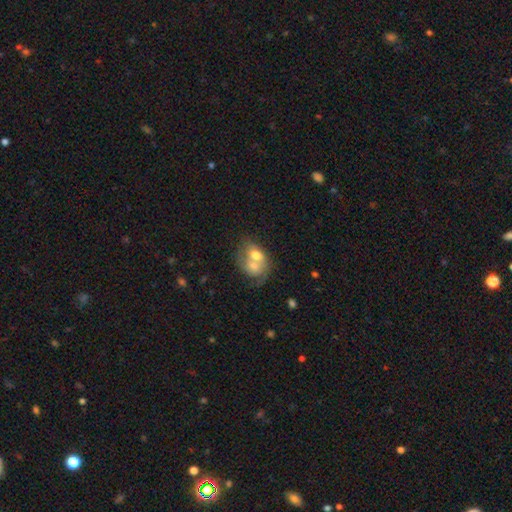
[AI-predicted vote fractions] A smooth galaxy with no disk features (60%) that is in between round and cigar-shaped (62%). Merging: merger (77%).